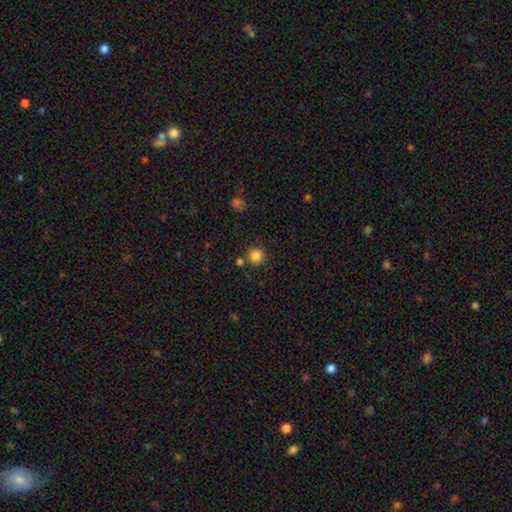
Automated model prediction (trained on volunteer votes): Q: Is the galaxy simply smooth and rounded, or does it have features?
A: smooth — 85%.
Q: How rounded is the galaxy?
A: round — 94%.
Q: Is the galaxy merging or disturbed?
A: none — 82%.